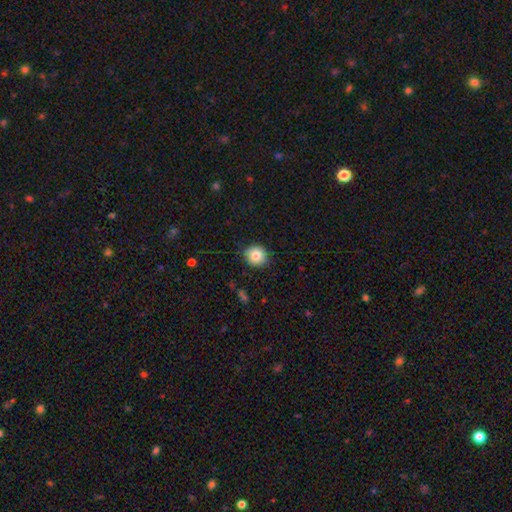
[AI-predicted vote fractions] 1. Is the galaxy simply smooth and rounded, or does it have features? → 83% smooth, 9% star or artifact, 8% featured or disk.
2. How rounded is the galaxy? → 87% round, 12% in between, 1% cigar-shaped.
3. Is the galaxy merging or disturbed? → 88% none, 9% minor disturbance, 2% major disturbance, 1% merger.